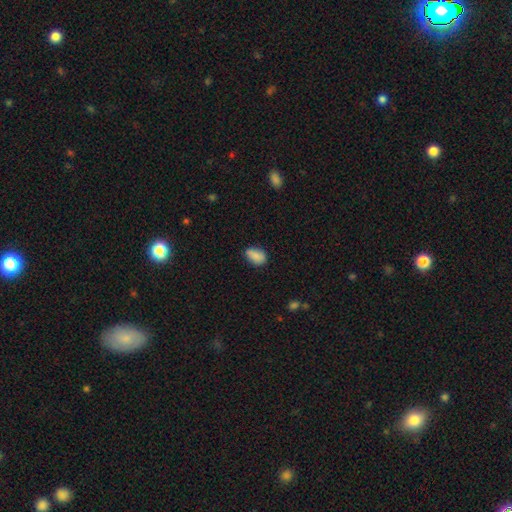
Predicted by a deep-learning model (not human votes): smooth-or-featured: smooth: 86% | star or artifact: 8% | featured or disk: 6%
  how-rounded: in between: 86% | round: 12% | cigar-shaped: 2%
  merging: none: 69% | minor disturbance: 24% | major disturbance: 4% | merger: 2%